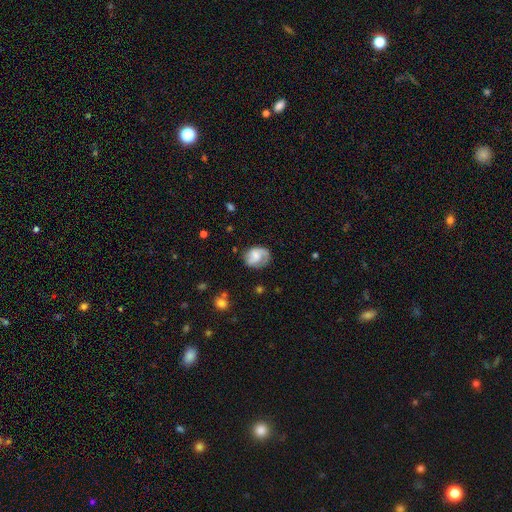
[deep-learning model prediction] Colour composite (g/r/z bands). It shows a featured or disk galaxy (55%) with no bar (50%), spiral arms (83%) and a moderate central bulge (32%). Merging: none (58%).